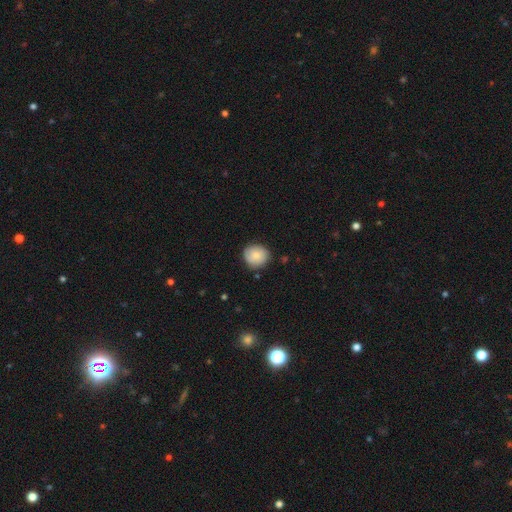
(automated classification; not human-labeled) This is likely a smooth galaxy (76%). How rounded: clearly round (88%). Merging: clearly none (80%).